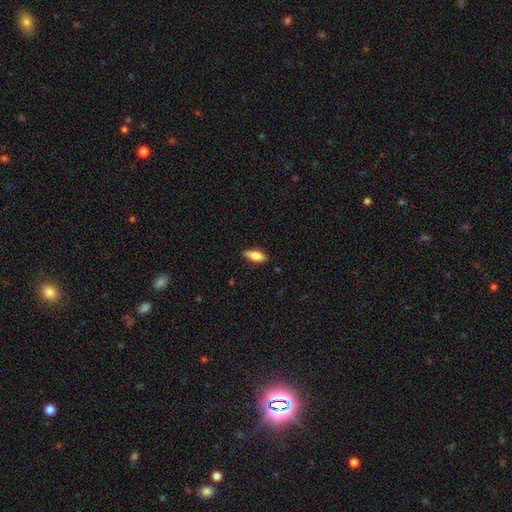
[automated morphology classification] A smooth galaxy with no disk features (79%) that is in between round and cigar-shaped (74%). Merging: none (84%).